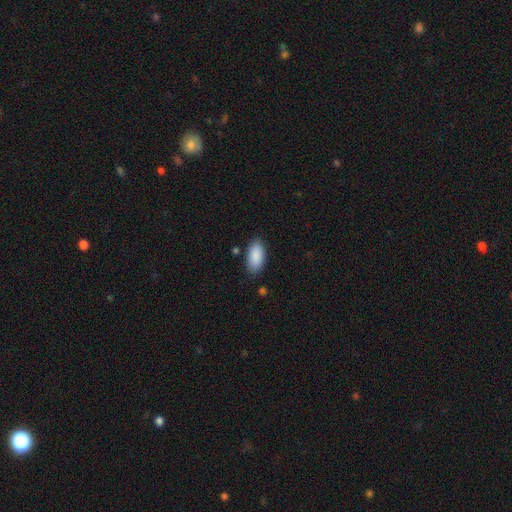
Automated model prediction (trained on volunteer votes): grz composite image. It shows a smooth galaxy with no disk features (90%) that is in between round and cigar-shaped (93%). Merging: none (84%).